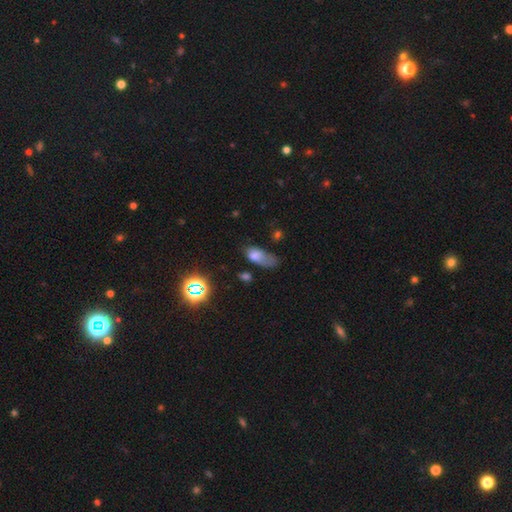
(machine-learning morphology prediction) smooth 70%, featured or disk 17%, star or artifact 14%. Down the decision tree: how rounded — in between (83%); merging — major disturbance (35%).